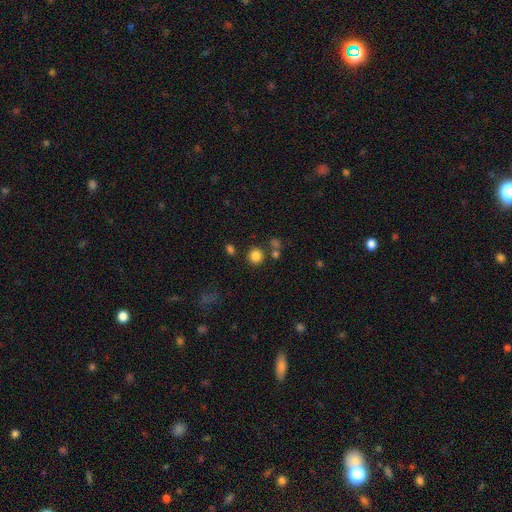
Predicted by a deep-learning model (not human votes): Smooth or featured?
  - smooth: 82% *
  - star or artifact: 13%
  - featured or disk: 5%
How rounded?
  - round: 91% *
  - in between: 8%
  - cigar-shaped: 1%
Merging?
  - none: 80% *
  - merger: 9%
  - minor disturbance: 8%
  - major disturbance: 3%